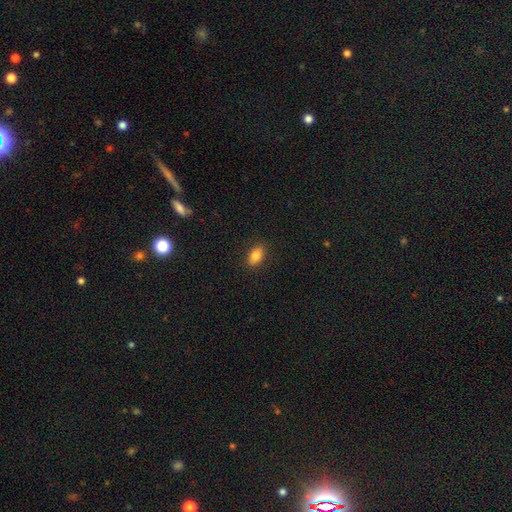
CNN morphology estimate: Overall: smooth (83%). How rounded: in between (88%). Merging: none (88%).